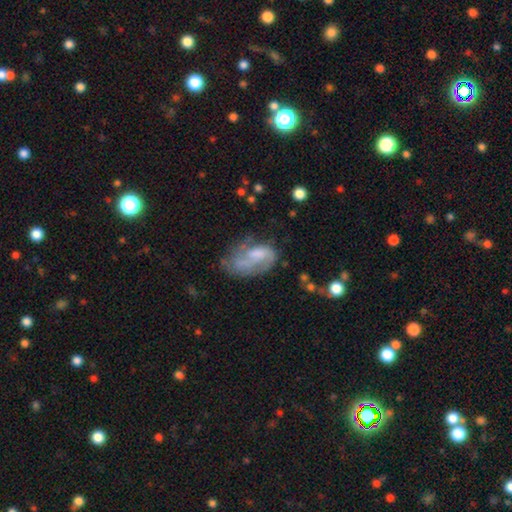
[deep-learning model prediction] This appears to be a featured or disk galaxy (61%) with no bar (57%), spiral arms (74%) and no central bulge (35%). Merging: none (44%).